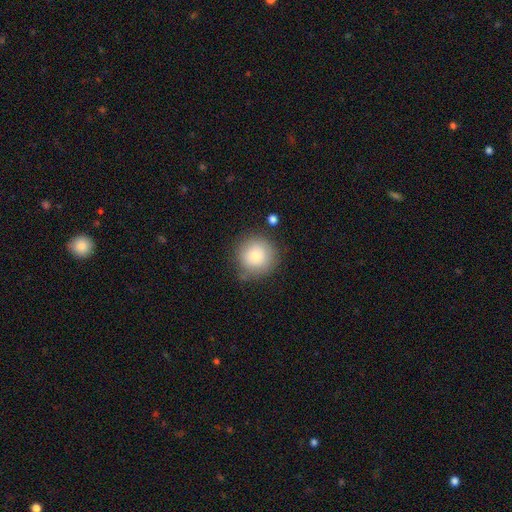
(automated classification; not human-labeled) smooth_or_featured: smooth (p=0.81) [alt: featured or disk p=0.11]
how_rounded: round (p=0.94) [alt: in between p=0.05]
merging: none (p=0.77) [alt: minor disturbance p=0.15]